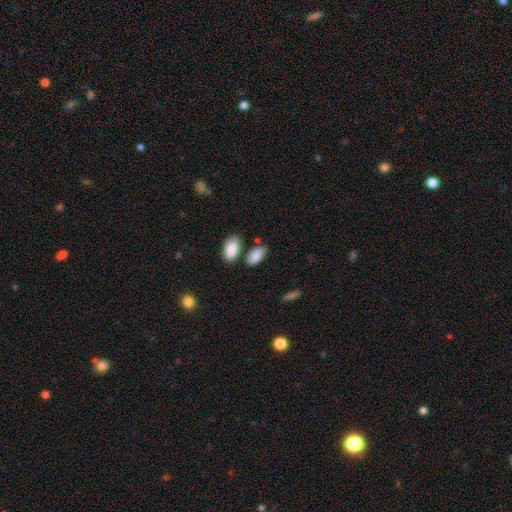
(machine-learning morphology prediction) smooth-or-featured: smooth: 87% | star or artifact: 7% | featured or disk: 6%
  how-rounded: in between: 93% | cigar-shaped: 4% | round: 3%
  merging: none: 66% | minor disturbance: 17% | merger: 13% | major disturbance: 4%